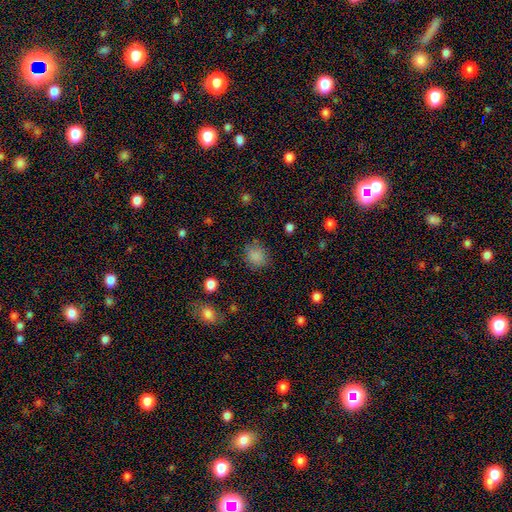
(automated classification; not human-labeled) A smooth galaxy with no disk features (83%) that is round (76%).

Vote fractions:
- Smooth or featured? smooth: 83% / star or artifact: 12% / featured or disk: 5%
- How rounded? round: 76% / in between: 23% / cigar-shaped: 1%
- Merging? none: 81% / minor disturbance: 13% / major disturbance: 4% / merger: 2%